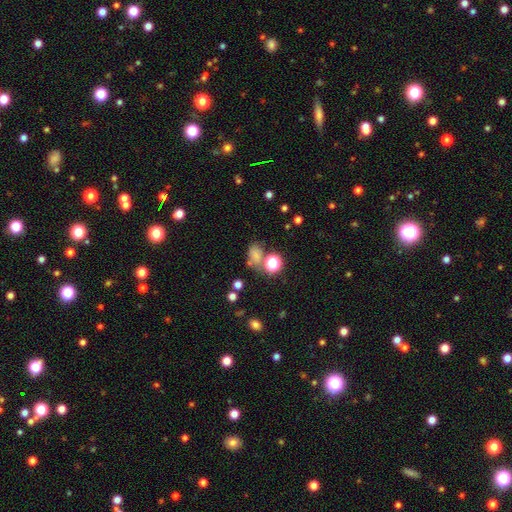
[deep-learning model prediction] A smooth galaxy with no disk features (63%) that is in between round and cigar-shaped (62%). Merging: none (54%).